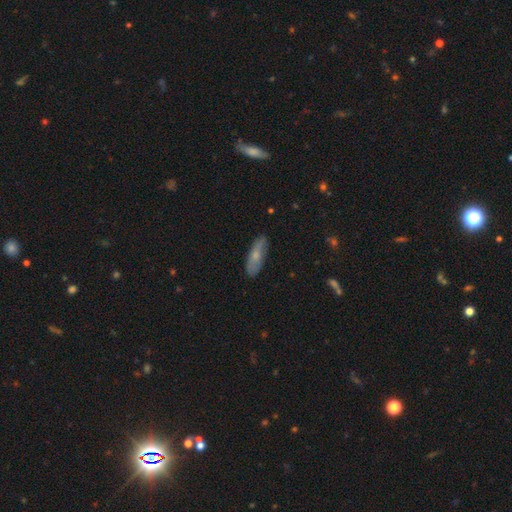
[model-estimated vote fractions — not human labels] Q: Smooth or featured?
A: smooth (64%); runner-up: featured or disk (29%)
Q: How rounded?
A: in between (54%); runner-up: cigar-shaped (44%)
Q: Merging?
A: none (81%); runner-up: minor disturbance (15%)